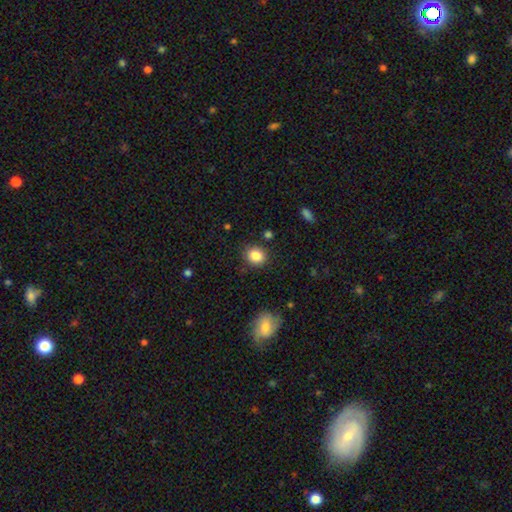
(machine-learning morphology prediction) This is clearly a smooth galaxy (86%). How rounded: likely round (75%). Merging: clearly none (86%).